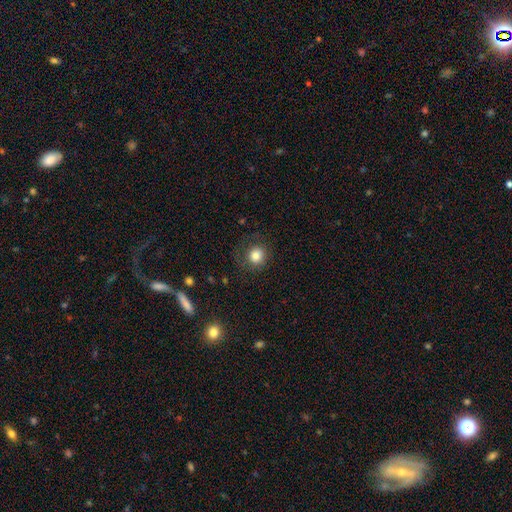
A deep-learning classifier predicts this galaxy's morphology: Smooth or featured? smooth (82%)
How rounded? round (90%)
Merging? none (81%)